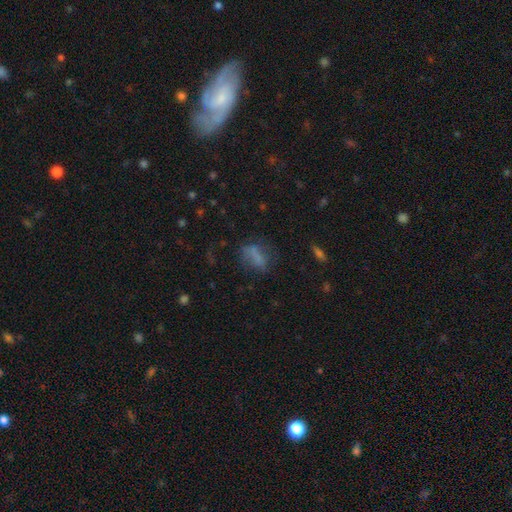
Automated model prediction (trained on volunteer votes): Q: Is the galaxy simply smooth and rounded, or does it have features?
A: smooth — 64%.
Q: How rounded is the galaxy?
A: in between — 68%.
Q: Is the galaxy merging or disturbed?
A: none — 53%.